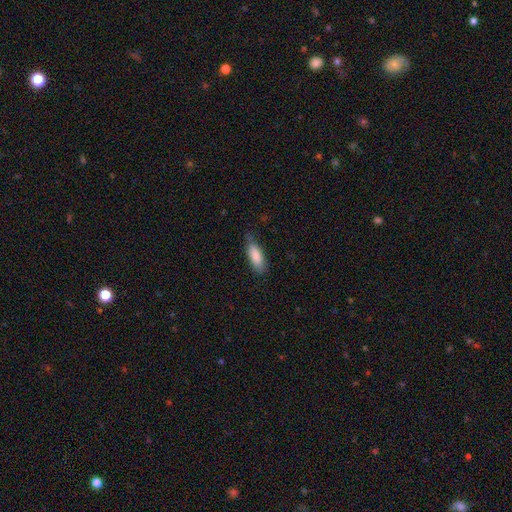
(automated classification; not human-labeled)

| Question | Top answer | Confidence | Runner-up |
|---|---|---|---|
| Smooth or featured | smooth | 86% | featured or disk (8%) |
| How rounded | in between | 72% | cigar-shaped (26%) |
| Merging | none | 68% | minor disturbance (25%) |